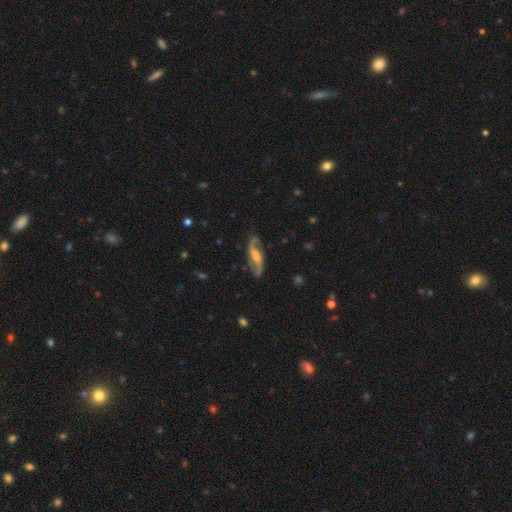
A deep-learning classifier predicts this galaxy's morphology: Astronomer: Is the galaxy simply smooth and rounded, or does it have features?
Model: featured or disk — 82%.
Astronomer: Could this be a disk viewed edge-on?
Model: no — 89%.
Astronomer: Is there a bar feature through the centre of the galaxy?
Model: weak — 45% (runner-up: no, 30%).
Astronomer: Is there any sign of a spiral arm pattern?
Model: yes — 95%.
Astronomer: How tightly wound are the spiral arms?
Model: loose — 66%.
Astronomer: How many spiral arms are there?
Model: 2 — 92%.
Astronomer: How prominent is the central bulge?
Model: moderate — 42% (runner-up: small, 31%).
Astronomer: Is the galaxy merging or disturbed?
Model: none — 76%.